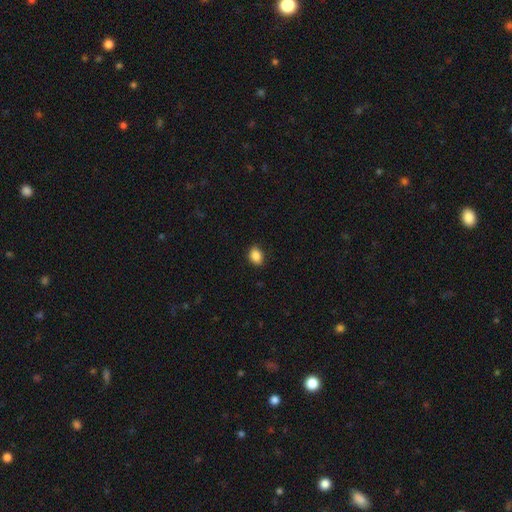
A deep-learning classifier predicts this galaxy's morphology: This appears to be a smooth galaxy with no disk features (88%) that is in between round and cigar-shaped (72%). Merging: none (87%).